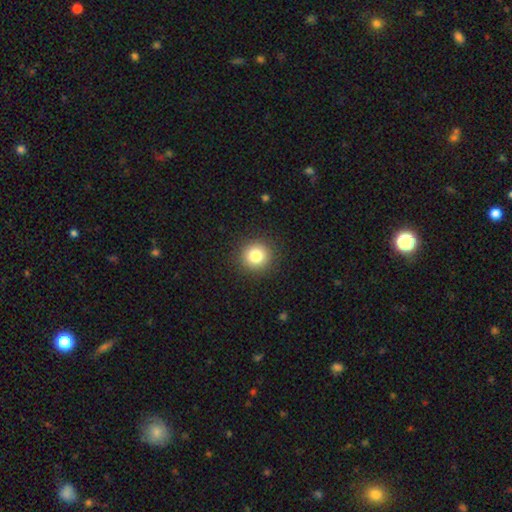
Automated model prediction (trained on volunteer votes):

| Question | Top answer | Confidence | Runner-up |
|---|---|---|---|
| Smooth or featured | smooth | 82% | star or artifact (11%) |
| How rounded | round | 93% | in between (6%) |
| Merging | none | 91% | minor disturbance (6%) |